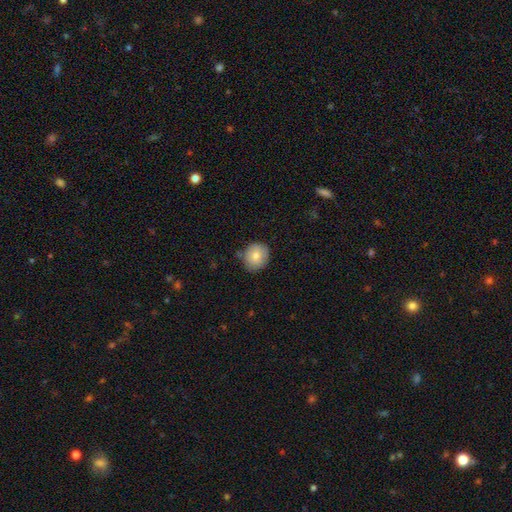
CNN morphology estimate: smooth 77%, featured or disk 15%, star or artifact 8%. Down the decision tree: how rounded — round (79%); merging — none (77%).